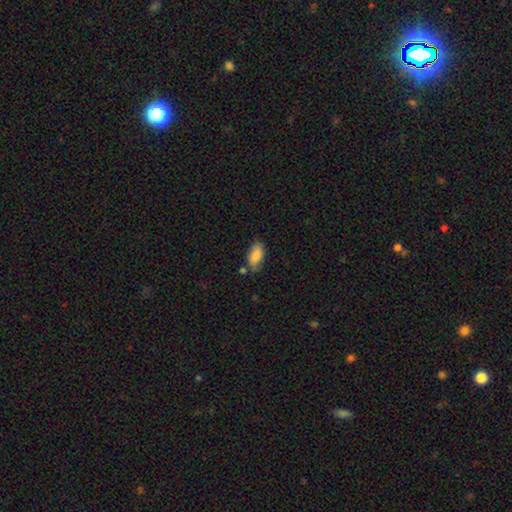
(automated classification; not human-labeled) Morphology: type=smooth (83%); roundness=in between (90%); merging=none (67%).